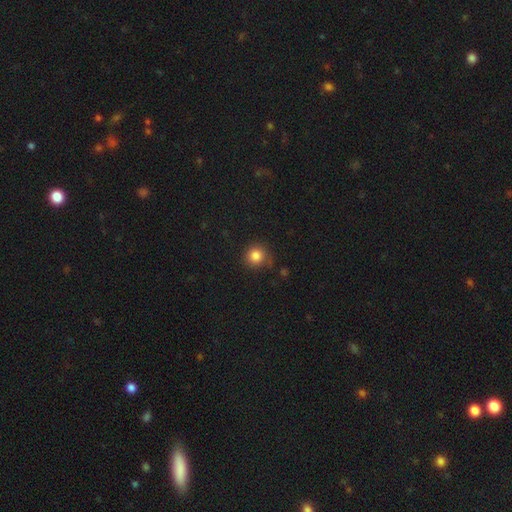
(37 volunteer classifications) Morphology: type=smooth (86%); roundness=round (94%); merging=none (71%).